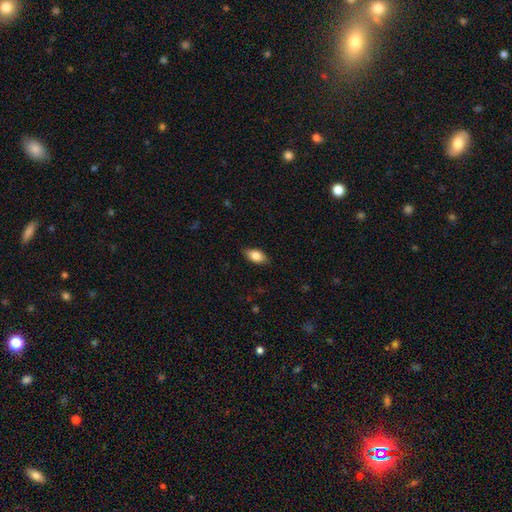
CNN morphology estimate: Overall: smooth (82%). How rounded: in between (90%). Merging: none (85%).